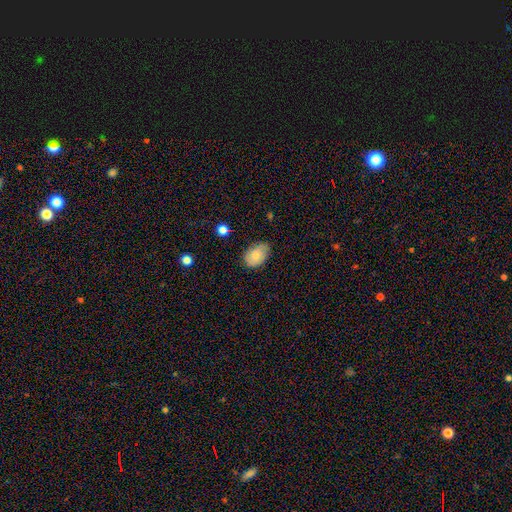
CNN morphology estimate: smooth 75%, featured or disk 17%, star or artifact 7%. Down the decision tree: how rounded — in between (86%); merging — none (73%).